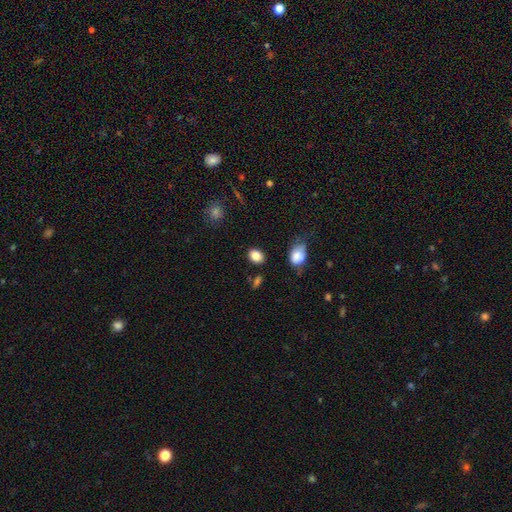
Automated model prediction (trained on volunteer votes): The model was most divided on "how rounded": in between: 65%, round: 34%, cigar-shaped: 1%. More confident: smooth or featured — smooth (85%); merging — none (83%).